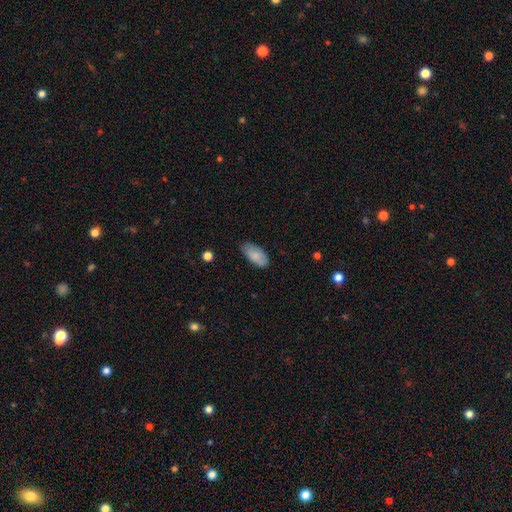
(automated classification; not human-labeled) Smooth or featured: smooth — 83% (featured or disk — 10%)
How rounded: in between — 93% (cigar-shaped — 5%)
Merging: none — 70% (minor disturbance — 25%)